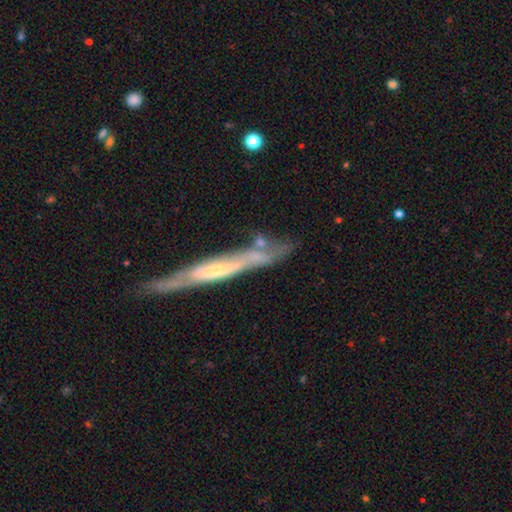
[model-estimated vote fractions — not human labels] A featured or disk galaxy (66%) viewed edge-on (70%).

Vote fractions:
- Smooth or featured? featured or disk: 66% / smooth: 28% / star or artifact: 6%
- Edge-on disk? yes: 70% / no: 30%
- Merging? none: 55% / minor disturbance: 21% / merger: 14% / major disturbance: 10%